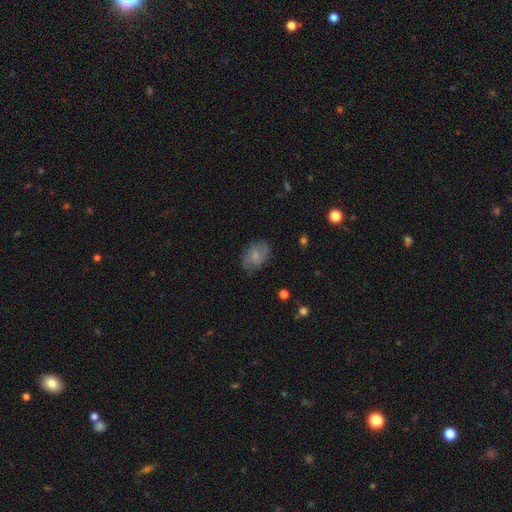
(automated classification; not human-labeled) smooth_or_featured: smooth (p=0.73) [alt: featured or disk p=0.19]
how_rounded: in between (p=0.82) [alt: round p=0.17]
merging: none (p=0.73) [alt: minor disturbance p=0.20]